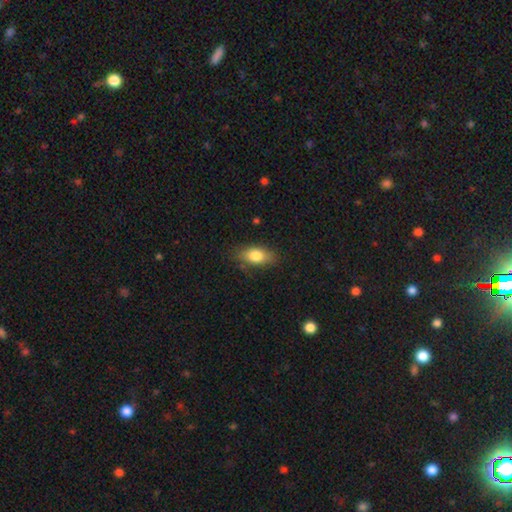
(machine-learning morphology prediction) smooth 78%, featured or disk 14%, star or artifact 8%. Down the decision tree: how rounded — in between (84%); merging — none (75%).